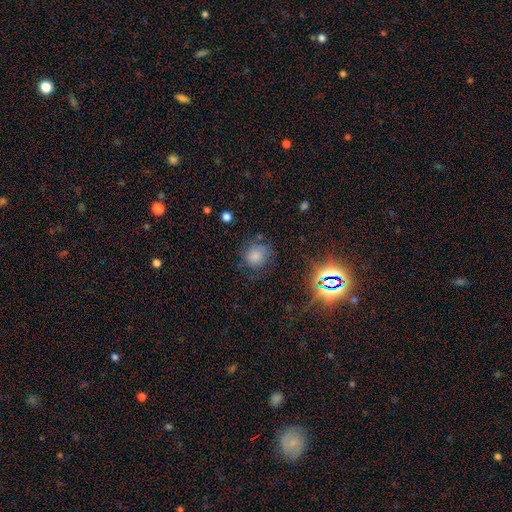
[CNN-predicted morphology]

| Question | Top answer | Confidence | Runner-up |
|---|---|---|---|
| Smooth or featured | smooth | 71% | star or artifact (16%) |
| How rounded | round | 80% | in between (19%) |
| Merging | none | 65% | minor disturbance (21%) |